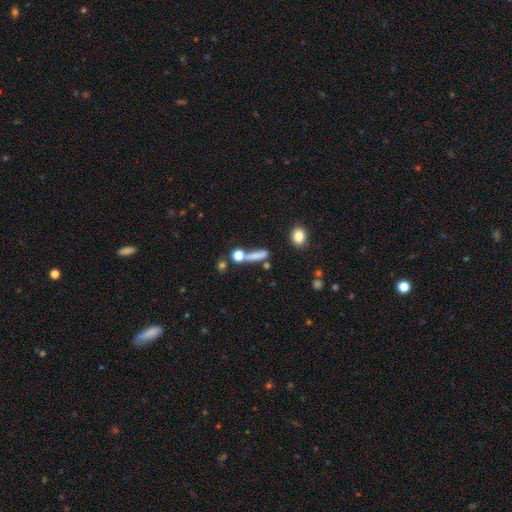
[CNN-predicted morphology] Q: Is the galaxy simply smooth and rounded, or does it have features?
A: smooth — 71%.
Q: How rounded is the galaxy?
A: cigar-shaped — 64%.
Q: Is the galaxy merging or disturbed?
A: none — 57%.